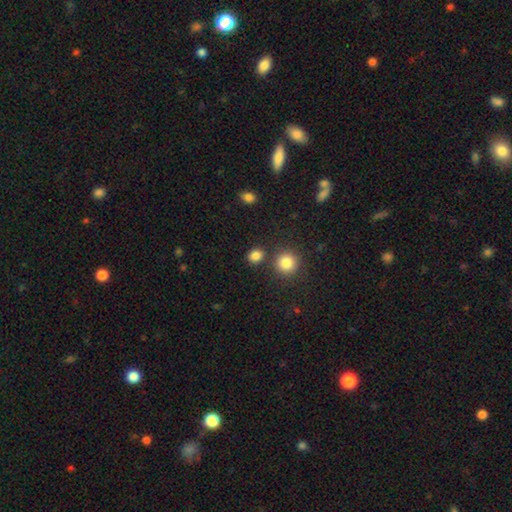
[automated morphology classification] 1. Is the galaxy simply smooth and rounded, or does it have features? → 84% smooth, 12% star or artifact, 4% featured or disk.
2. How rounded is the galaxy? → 73% round, 26% in between, 1% cigar-shaped.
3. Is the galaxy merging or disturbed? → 80% none, 9% merger, 8% minor disturbance, 3% major disturbance.